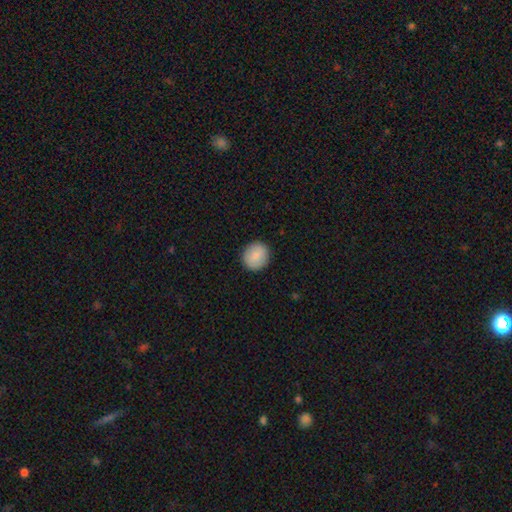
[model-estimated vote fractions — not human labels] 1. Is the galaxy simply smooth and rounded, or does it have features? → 85% smooth, 8% featured or disk, 7% star or artifact.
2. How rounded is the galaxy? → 87% round, 12% in between, 1% cigar-shaped.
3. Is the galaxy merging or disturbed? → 90% none, 7% minor disturbance, 2% major disturbance, 1% merger.